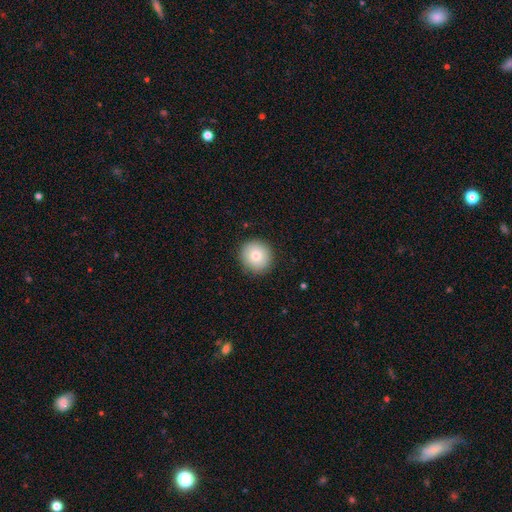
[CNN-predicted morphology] Smooth or featured?
  - smooth: 78% *
  - featured or disk: 13%
  - star or artifact: 9%
How rounded?
  - round: 93% *
  - in between: 6%
  - cigar-shaped: 1%
Merging?
  - none: 89% *
  - minor disturbance: 8%
  - major disturbance: 2%
  - merger: 1%